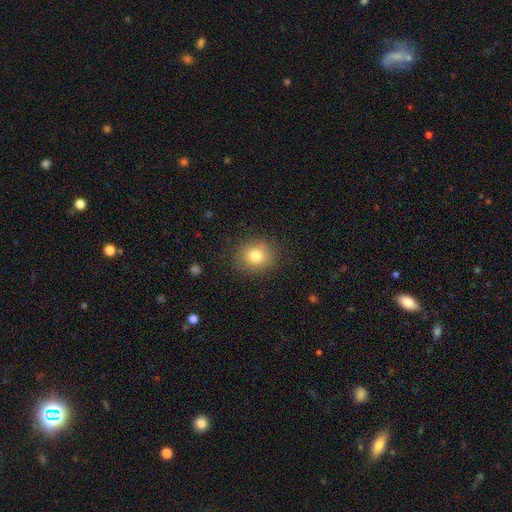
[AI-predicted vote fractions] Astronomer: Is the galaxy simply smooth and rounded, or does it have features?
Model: smooth — 80%.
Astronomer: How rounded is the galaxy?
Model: round — 75%.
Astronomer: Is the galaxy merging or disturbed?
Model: none — 87%.